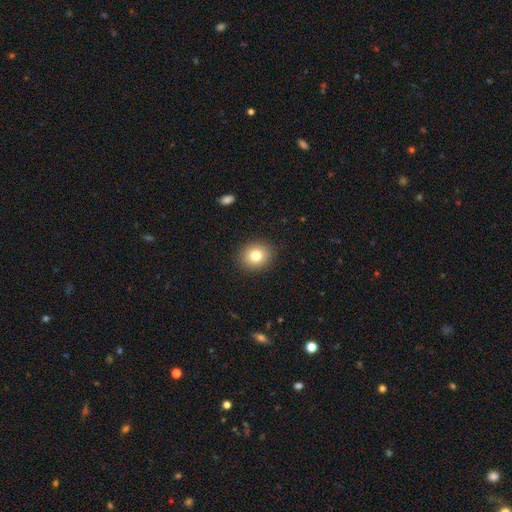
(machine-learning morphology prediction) smooth_or_featured: smooth (p=0.79) [alt: star or artifact p=0.11]
how_rounded: round (p=0.72) [alt: in between p=0.28]
merging: none (p=0.90) [alt: minor disturbance p=0.07]